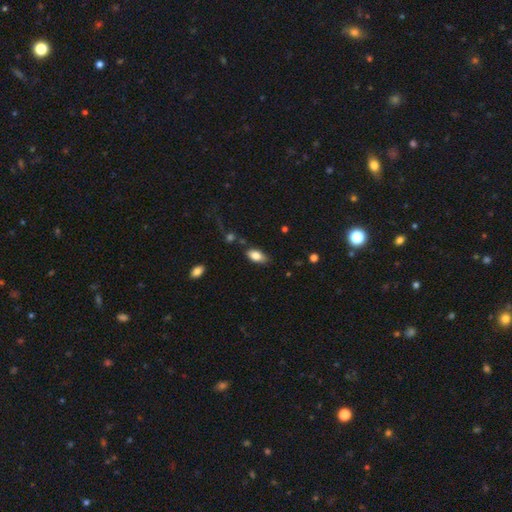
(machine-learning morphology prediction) smooth-or-featured: smooth: 82% | featured or disk: 11% | star or artifact: 7%
  how-rounded: in between: 91% | cigar-shaped: 6% | round: 3%
  merging: none: 79% | minor disturbance: 16% | major disturbance: 3% | merger: 3%